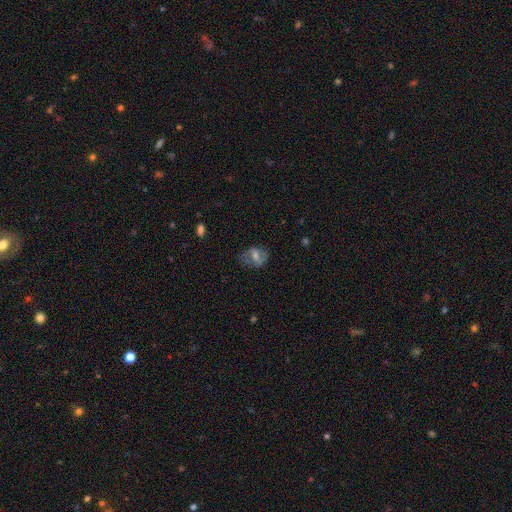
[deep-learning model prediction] A featured or disk galaxy (54%) with a weak bar (42%), spiral arms (62%) and a moderate central bulge (56%). Merging: none (70%).